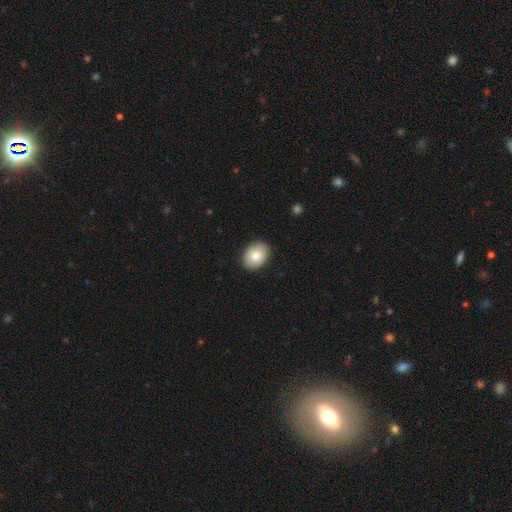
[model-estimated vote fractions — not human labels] smooth-or-featured: smooth: 83% | featured or disk: 10% | star or artifact: 7%
  how-rounded: in between: 71% | round: 28% | cigar-shaped: 1%
  merging: none: 90% | minor disturbance: 8% | major disturbance: 2% | merger: 1%